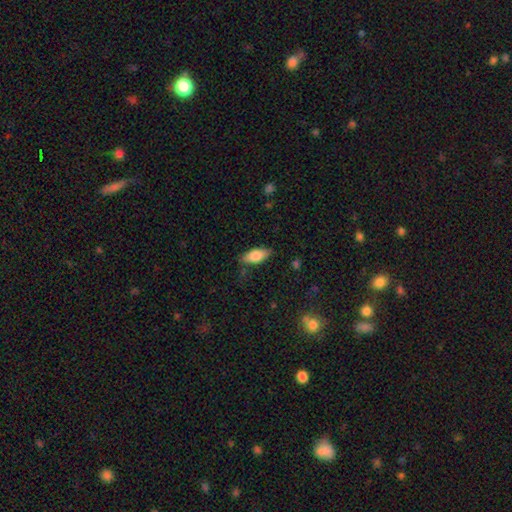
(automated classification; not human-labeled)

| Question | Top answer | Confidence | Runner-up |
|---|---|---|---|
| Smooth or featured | smooth | 78% | featured or disk (16%) |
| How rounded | in between | 82% | cigar-shaped (16%) |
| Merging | none | 78% | minor disturbance (16%) |